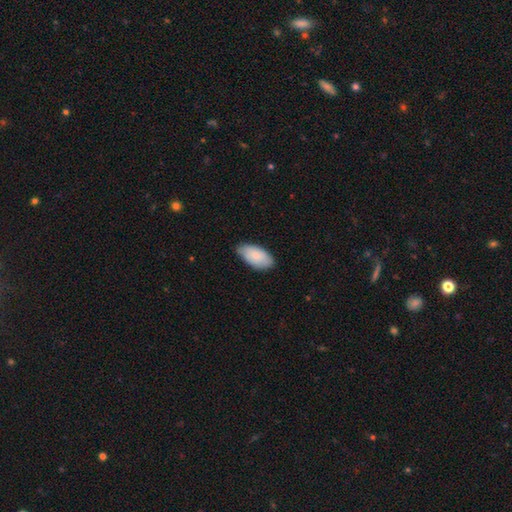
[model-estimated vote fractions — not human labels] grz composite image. It shows a smooth galaxy with no disk features (80%) that is in between round and cigar-shaped (95%). Merging: none (73%).